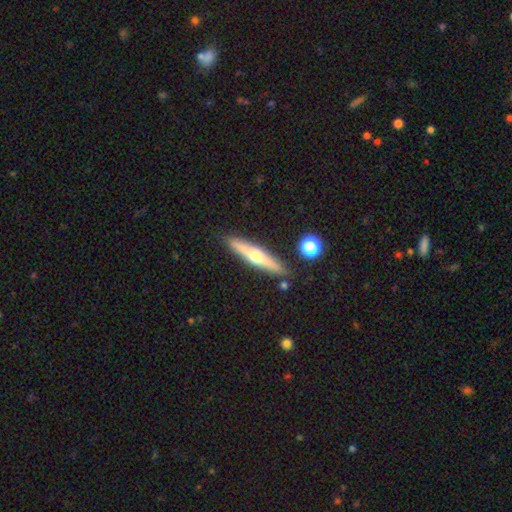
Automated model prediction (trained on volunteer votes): Smooth or featured: featured or disk — 57% (smooth — 36%)
Edge-on disk: yes — 95% (no — 5%)
Edge-on bulge: rounded — 91% (none — 6%)
Merging: none — 87% (minor disturbance — 8%)